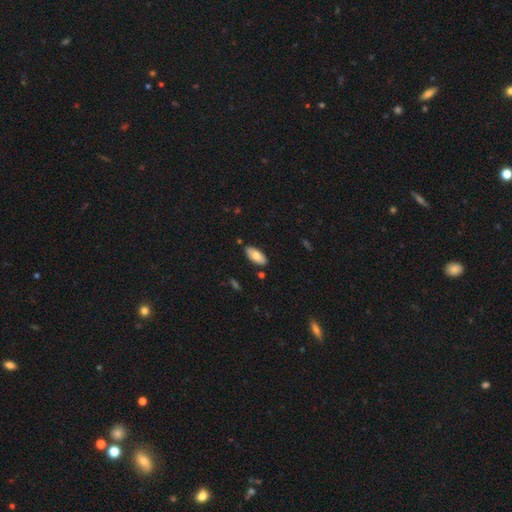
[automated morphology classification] smooth 72%, featured or disk 22%, star or artifact 6%. Down the decision tree: how rounded — in between (89%); merging — none (86%).